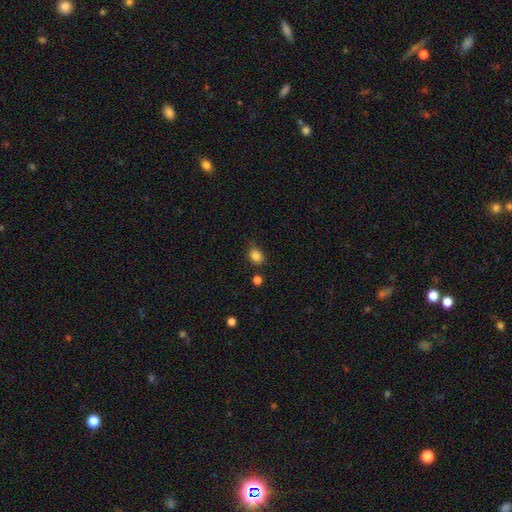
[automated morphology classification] smooth_or_featured: smooth (p=0.85) [alt: star or artifact p=0.11]
how_rounded: in between (p=0.56) [alt: round p=0.43]
merging: none (p=0.73) [alt: minor disturbance p=0.19]